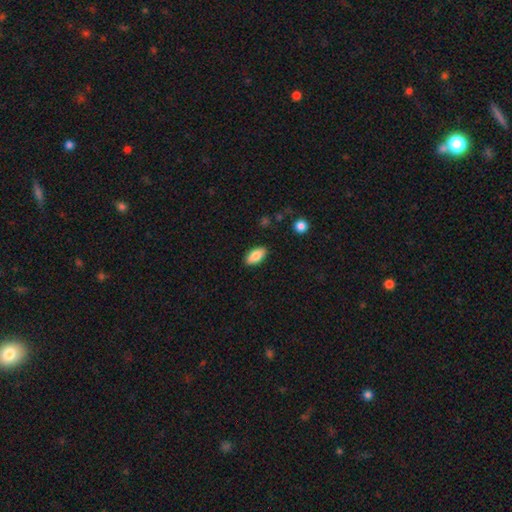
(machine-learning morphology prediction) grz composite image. It shows a smooth galaxy with no disk features (83%) that is in between round and cigar-shaped (90%). Merging: none (89%).